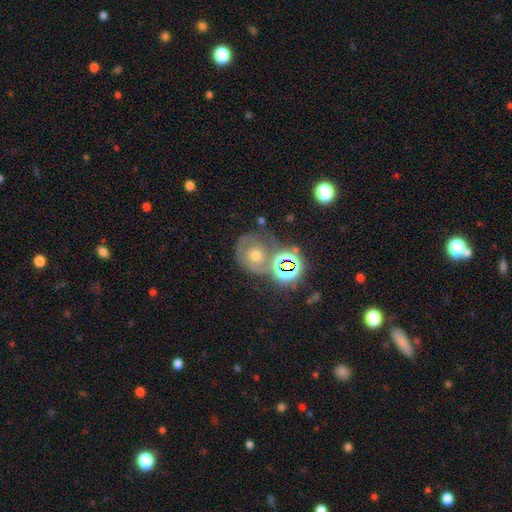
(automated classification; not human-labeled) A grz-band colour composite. It shows a featured or disk galaxy (48%). Merging: none (54%).